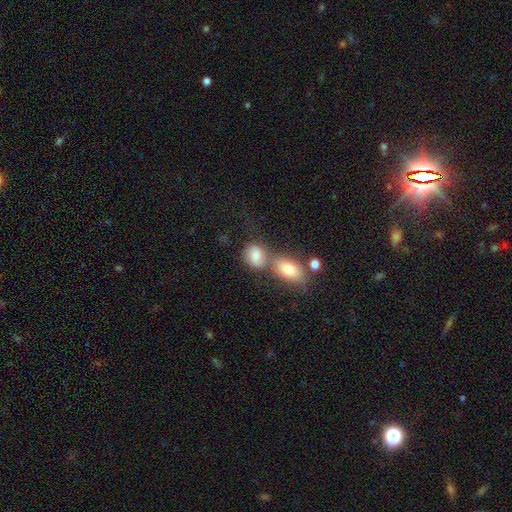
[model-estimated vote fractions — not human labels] Smooth or featured? Predicted: smooth (p=0.78). How rounded? Predicted: in between (p=0.60). Merging? Predicted: none (p=0.42).